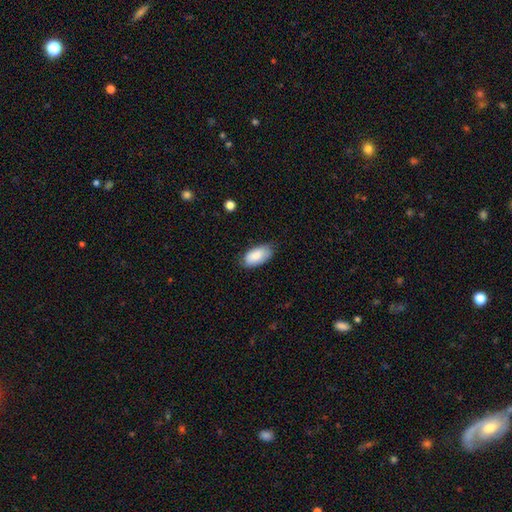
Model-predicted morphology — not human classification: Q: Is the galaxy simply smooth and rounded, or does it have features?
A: smooth — 83%.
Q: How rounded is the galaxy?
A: in between — 94%.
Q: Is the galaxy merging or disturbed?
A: none — 70%.